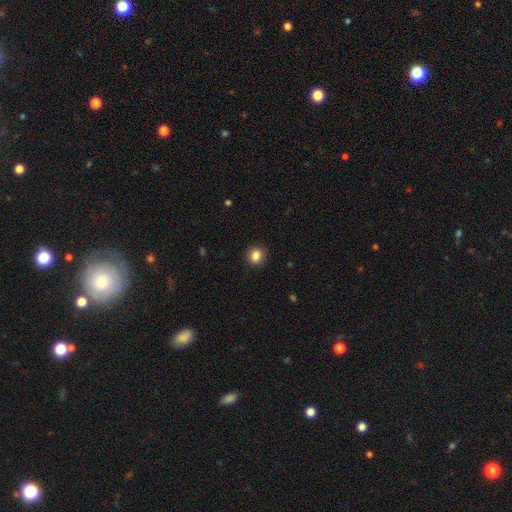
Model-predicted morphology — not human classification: type=smooth (85%); roundness=round (86%); merging=none (91%).